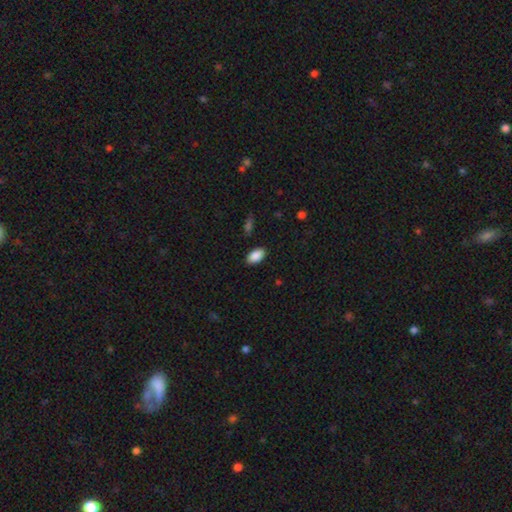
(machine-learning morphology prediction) This appears to be a smooth galaxy with no disk features (89%) that is in between round and cigar-shaped (93%). Merging: none (88%).